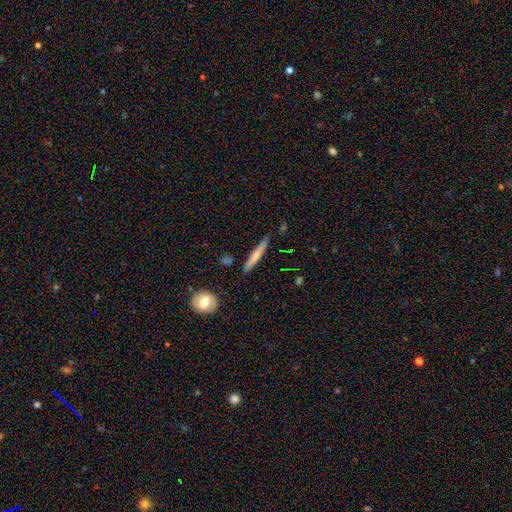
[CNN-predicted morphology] smooth_or_featured: smooth (p=0.63) [alt: featured or disk p=0.31]
how_rounded: cigar-shaped (p=0.94) [alt: in between p=0.04]
merging: none (p=0.85) [alt: minor disturbance p=0.11]